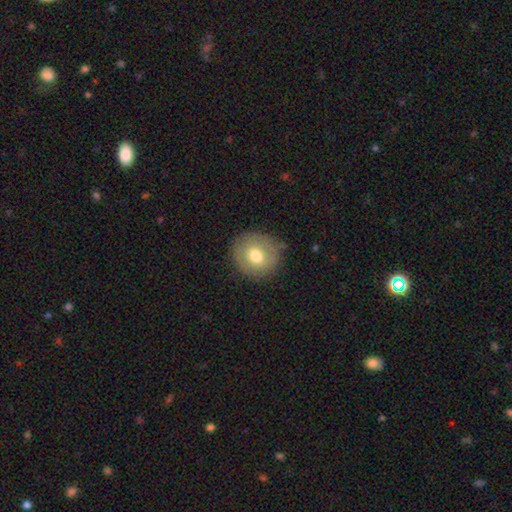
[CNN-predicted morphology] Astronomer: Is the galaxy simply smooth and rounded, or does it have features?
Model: smooth — 69%.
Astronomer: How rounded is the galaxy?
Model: round — 87%.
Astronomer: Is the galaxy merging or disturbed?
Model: none — 85%.